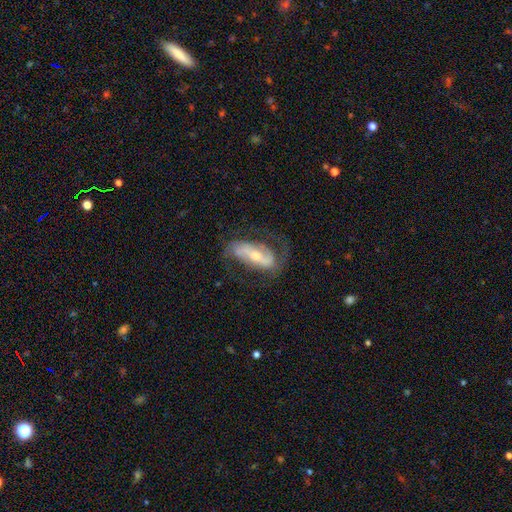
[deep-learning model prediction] This is likely a featured or disk galaxy (78%). It is clearly not viewed edge-on (90%). Bar: possibly strong (51%). Spiral arm pattern: clearly yes (87%). Spiral arm count: clearly 2 (83%). Spiral winding: marginally medium (44%). Central bulge: possibly small (49%). Merging: likely none (65%).